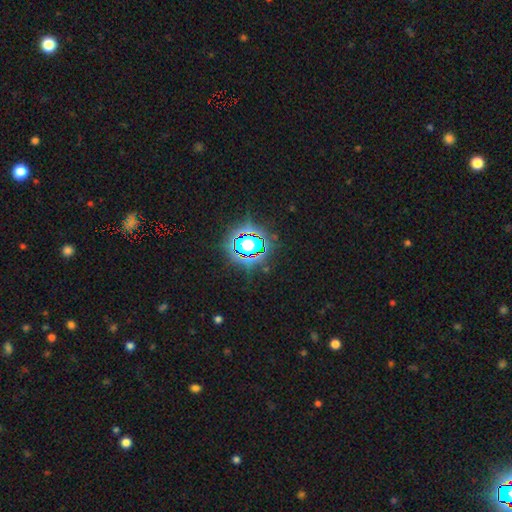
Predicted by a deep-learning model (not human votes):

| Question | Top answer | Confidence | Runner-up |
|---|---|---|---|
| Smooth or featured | star or artifact | 82% | smooth (11%) |